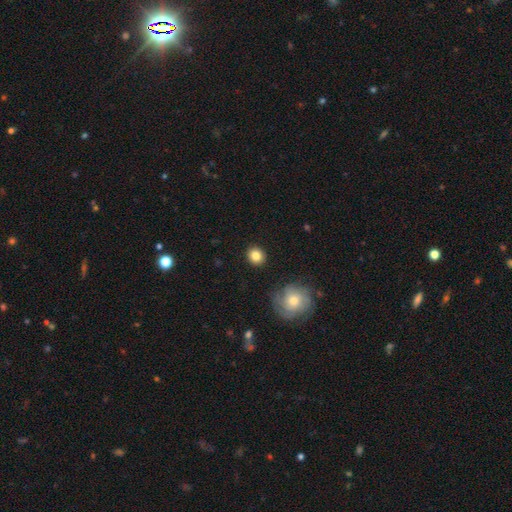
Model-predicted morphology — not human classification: Smooth or featured? smooth (84%)
How rounded? round (84%)
Merging? none (90%)